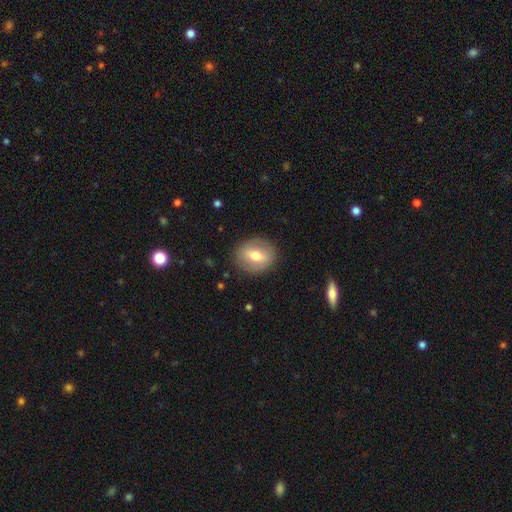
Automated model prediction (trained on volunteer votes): This is possibly a smooth galaxy (57%). How rounded: likely round (65%). Merging: clearly none (86%).